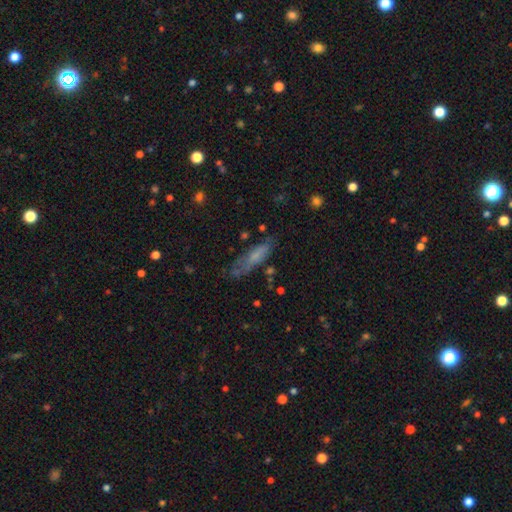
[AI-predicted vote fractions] Smooth or featured? Predicted: smooth (p=0.60). How rounded? Predicted: cigar-shaped (p=0.59). Merging? Predicted: none (p=0.59).